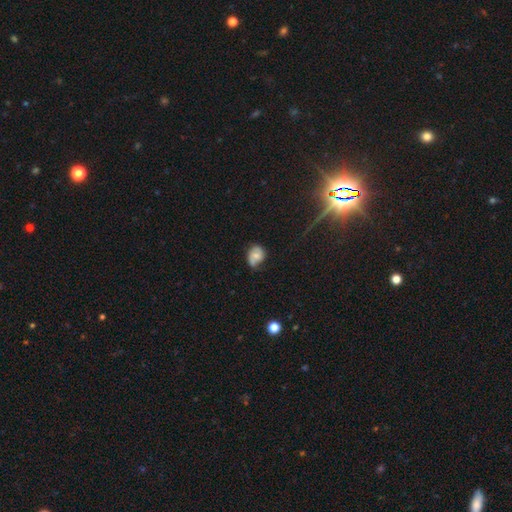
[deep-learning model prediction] smooth_or_featured: smooth (p=0.55) [alt: featured or disk p=0.36]
how_rounded: in between (p=0.54) [alt: round p=0.45]
merging: none (p=0.48) [alt: minor disturbance p=0.37]